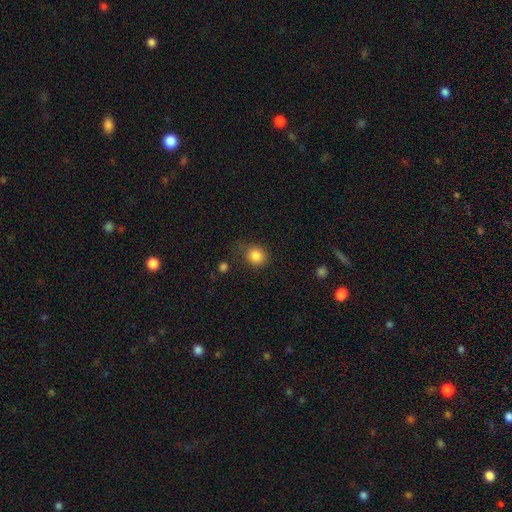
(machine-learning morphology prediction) type=smooth (85%); roundness=round (81%); merging=none (72%).